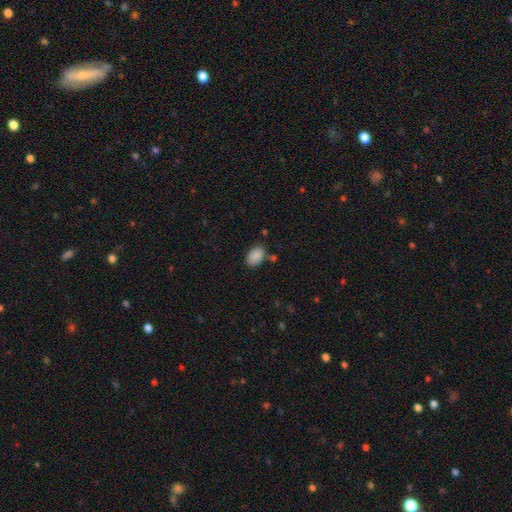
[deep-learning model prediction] smooth_or_featured: smooth (p=0.88) [alt: star or artifact p=0.08]
how_rounded: in between (p=0.89) [alt: round p=0.09]
merging: none (p=0.76) [alt: minor disturbance p=0.14]